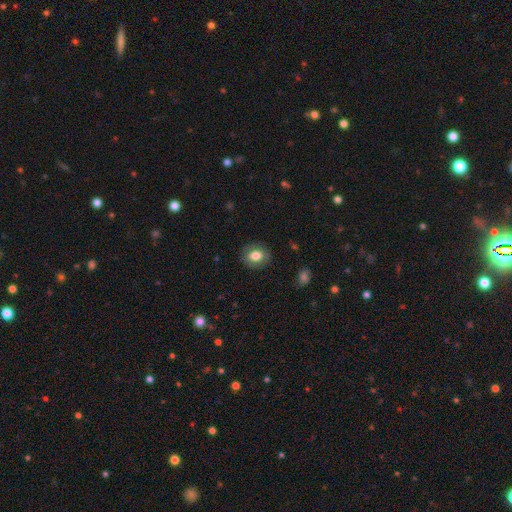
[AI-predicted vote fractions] smooth_or_featured: smooth (p=0.75) [alt: featured or disk p=0.17]
how_rounded: round (p=0.61) [alt: in between p=0.38]
merging: none (p=0.86) [alt: minor disturbance p=0.10]